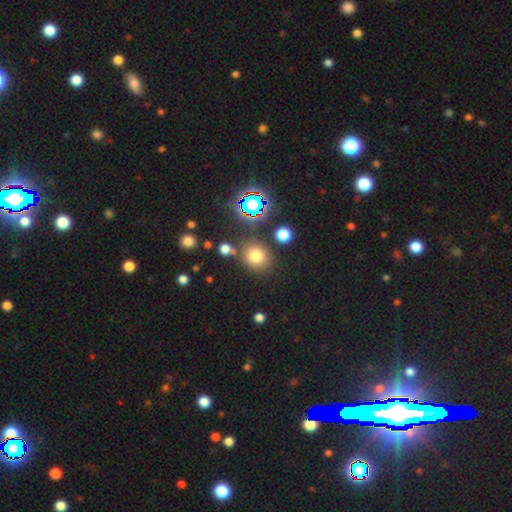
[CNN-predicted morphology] smooth 71%, star or artifact 21%, featured or disk 8%. Down the decision tree: how rounded — round (79%); merging — none (78%).